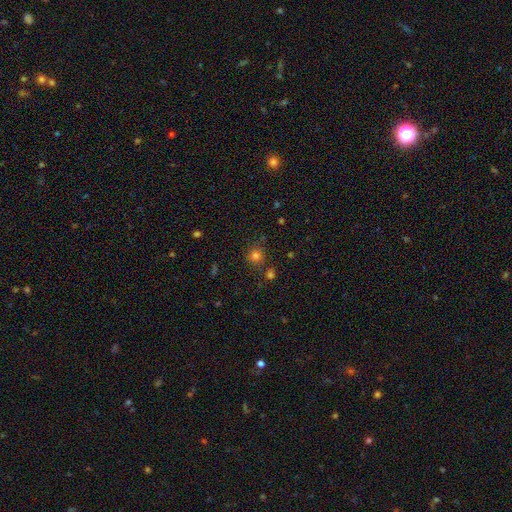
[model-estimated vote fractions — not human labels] Smooth or featured? smooth (76%)
How rounded? round (89%)
Merging? none (78%)